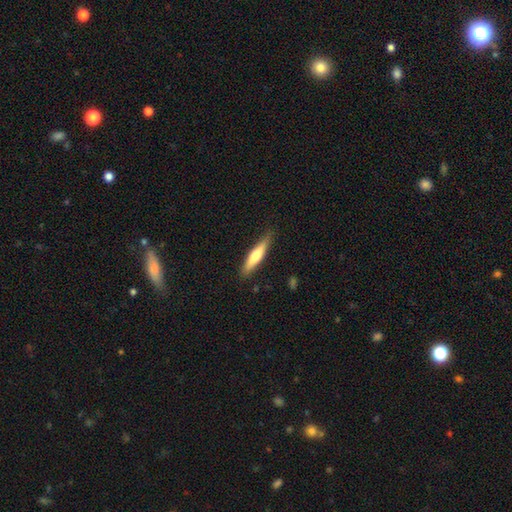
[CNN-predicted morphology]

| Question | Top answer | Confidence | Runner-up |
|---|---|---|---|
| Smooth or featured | smooth | 62% | featured or disk (33%) |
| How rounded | cigar-shaped | 82% | in between (16%) |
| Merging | none | 83% | minor disturbance (14%) |